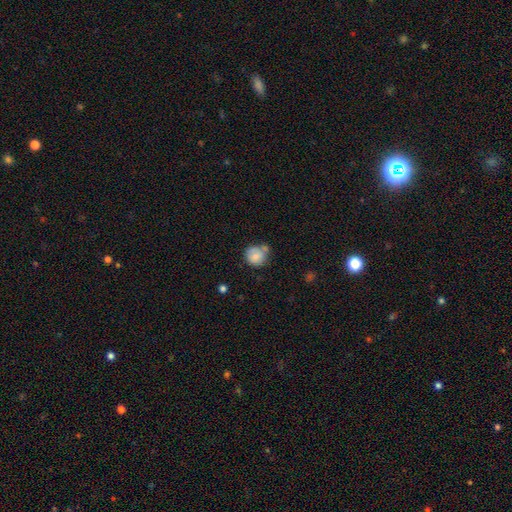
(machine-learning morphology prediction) Smooth or featured? smooth (79%)
How rounded? round (85%)
Merging? none (53%)